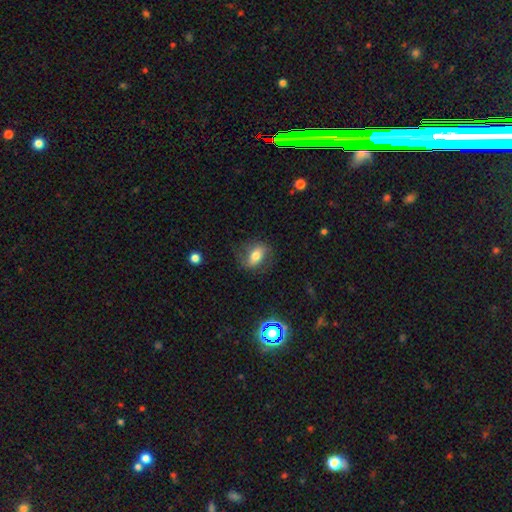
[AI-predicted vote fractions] smooth 56%, featured or disk 33%, star or artifact 11%. Down the decision tree: how rounded — in between (77%); merging — none (71%).